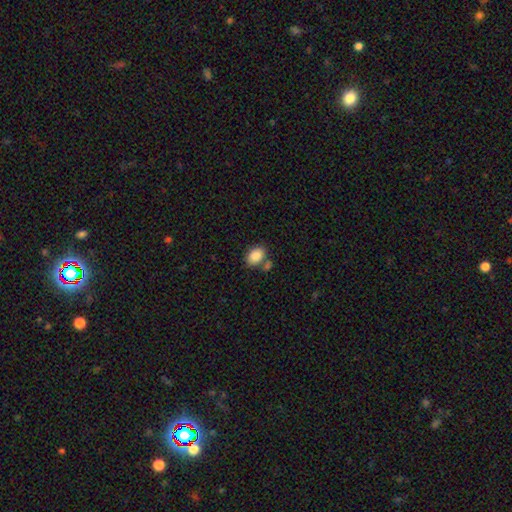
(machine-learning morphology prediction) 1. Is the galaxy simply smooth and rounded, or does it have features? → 86% smooth, 8% star or artifact, 6% featured or disk.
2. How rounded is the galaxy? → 79% in between, 20% round, 1% cigar-shaped.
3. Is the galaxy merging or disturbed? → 65% none, 19% merger, 12% minor disturbance, 4% major disturbance.